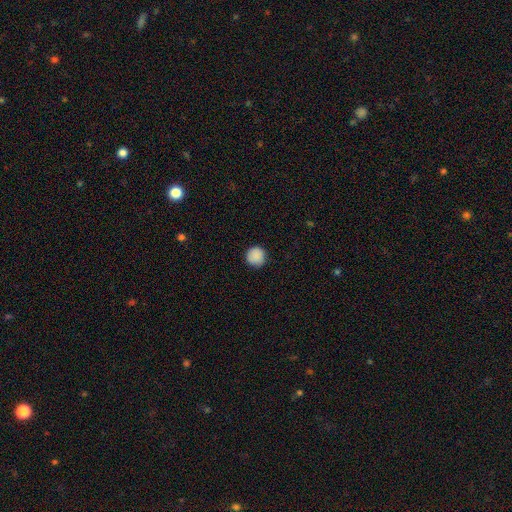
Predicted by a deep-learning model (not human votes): This appears to be a smooth galaxy with no disk features (89%) that is round (95%). Merging: none (90%).